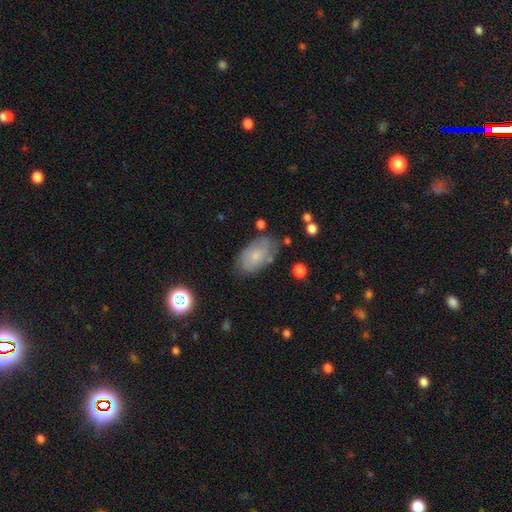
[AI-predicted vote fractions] The model was most divided on "smooth or featured": smooth: 61%, featured or disk: 31%, star or artifact: 8%. More confident: how rounded — in between (92%); merging — none (69%).